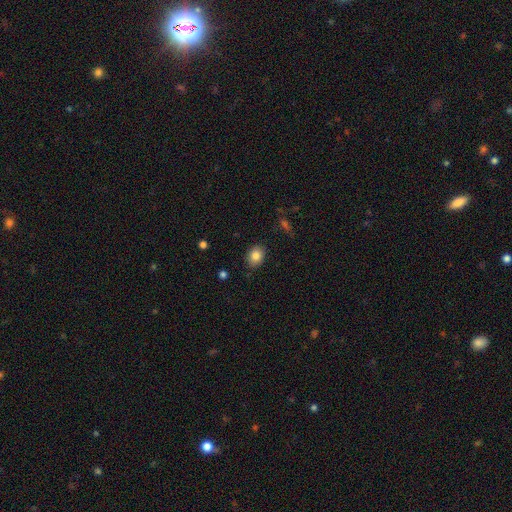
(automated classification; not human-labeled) This is clearly a smooth galaxy (84%). How rounded: possibly in between (56%). Merging: clearly none (87%).